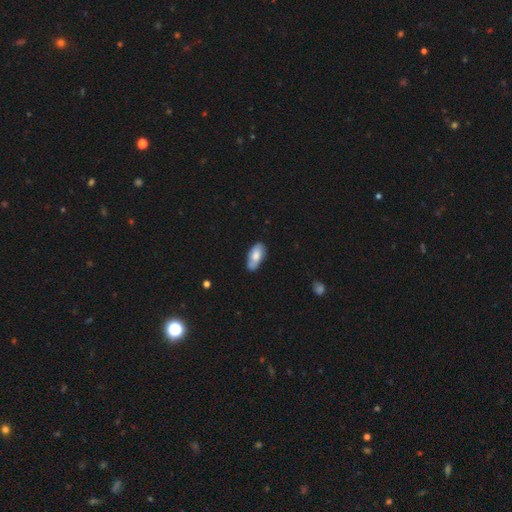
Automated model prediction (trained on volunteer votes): smooth_or_featured: smooth (p=0.69) [alt: featured or disk p=0.25]
how_rounded: in between (p=0.90) [alt: cigar-shaped p=0.07]
merging: none (p=0.67) [alt: minor disturbance p=0.25]